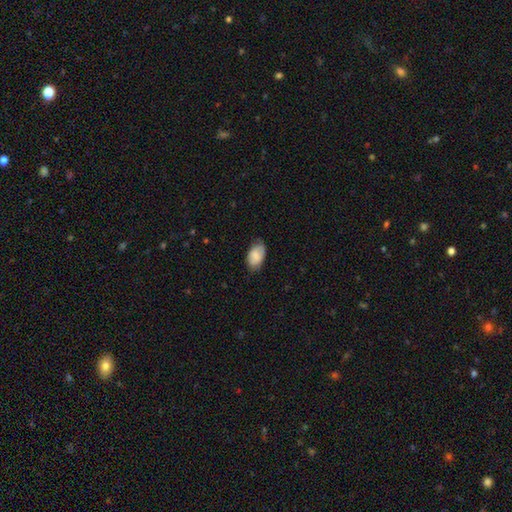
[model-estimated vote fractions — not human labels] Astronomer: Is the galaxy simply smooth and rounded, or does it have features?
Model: smooth — 80%.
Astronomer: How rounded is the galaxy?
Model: in between — 93%.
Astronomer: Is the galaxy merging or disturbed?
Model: none — 70%.